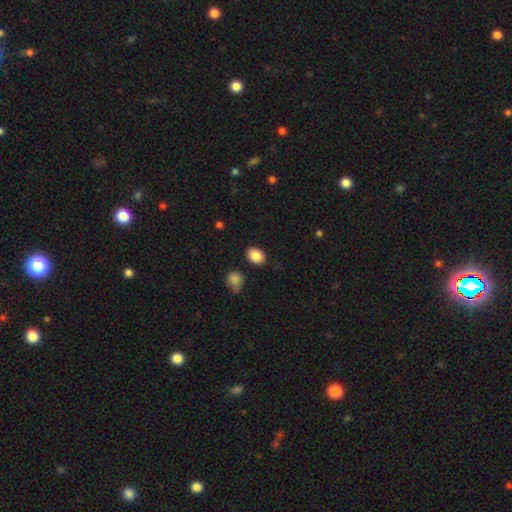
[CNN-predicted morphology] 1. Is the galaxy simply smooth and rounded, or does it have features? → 88% smooth, 8% star or artifact, 4% featured or disk.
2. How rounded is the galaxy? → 70% in between, 29% round, 1% cigar-shaped.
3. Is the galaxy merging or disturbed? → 85% none, 10% minor disturbance, 3% merger, 3% major disturbance.